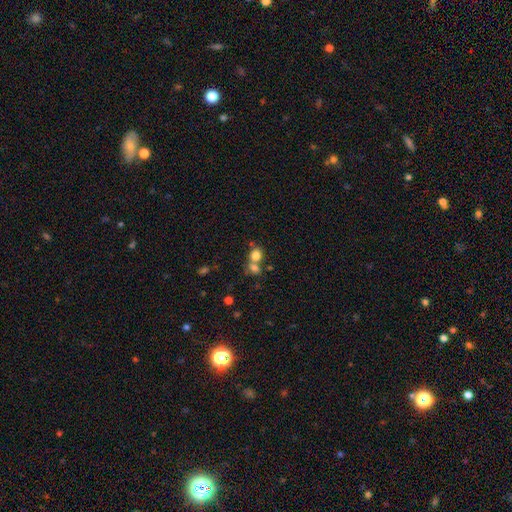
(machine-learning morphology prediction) This appears to be a smooth galaxy with no disk features (78%) that is round (72%). Merging: merger (50%).